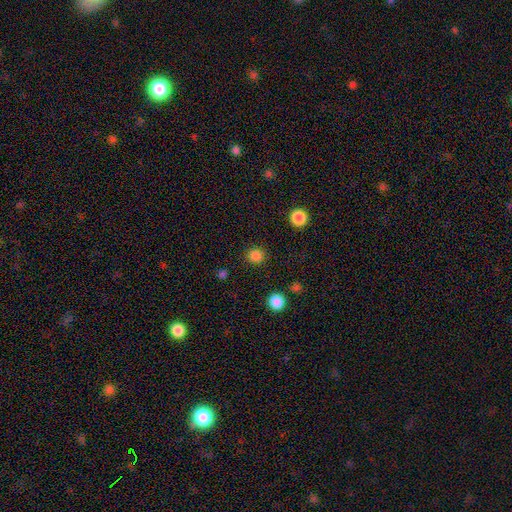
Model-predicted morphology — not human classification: Overall: smooth (84%). How rounded: round (90%). Merging: none (90%).